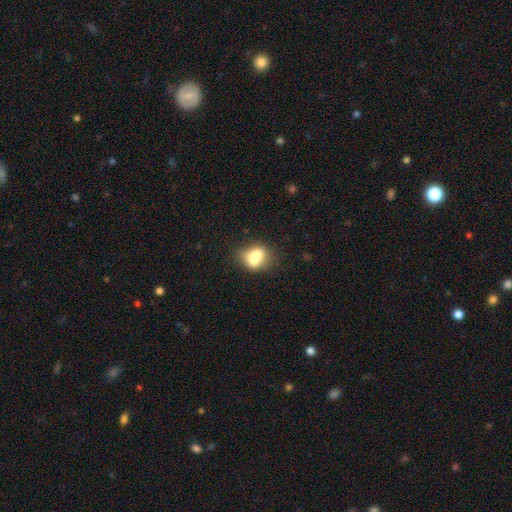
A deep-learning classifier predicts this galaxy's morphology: Q: Smooth or featured?
A: smooth (70%); runner-up: featured or disk (20%)
Q: How rounded?
A: in between (52%); runner-up: round (46%)
Q: Merging?
A: none (38%); runner-up: merger (37%)